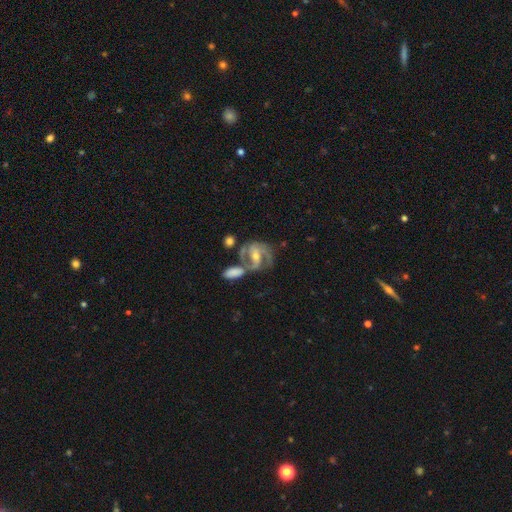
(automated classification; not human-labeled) This is clearly a featured or disk galaxy (82%). It is clearly not viewed edge-on (96%). Bar: marginally weak (39%). Spiral arm pattern: clearly yes (92%). Spiral arm count: likely 2 (63%). Spiral winding: possibly medium (51%). Central bulge: possibly moderate (48%). Merging: marginally none (39%).